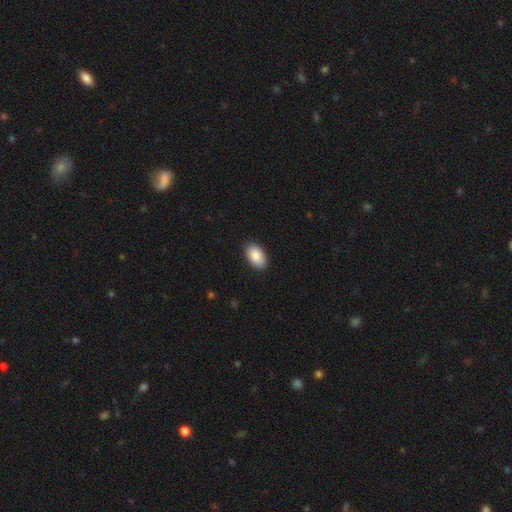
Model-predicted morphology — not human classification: smooth_or_featured: smooth (p=0.89) [alt: star or artifact p=0.06]
how_rounded: in between (p=0.94) [alt: round p=0.04]
merging: none (p=0.89) [alt: minor disturbance p=0.09]